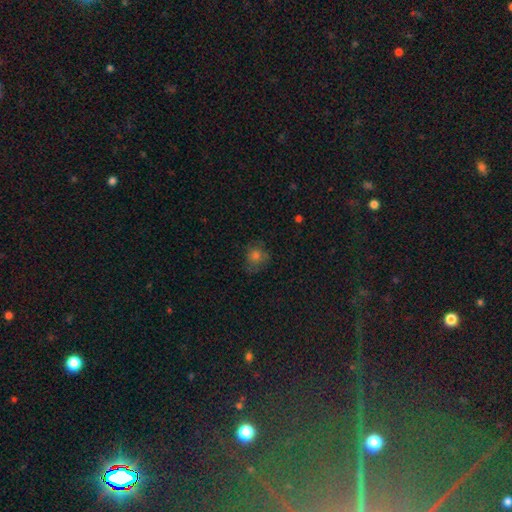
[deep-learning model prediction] smooth_or_featured: smooth (p=0.66) [alt: star or artifact p=0.19]
how_rounded: round (p=0.78) [alt: in between p=0.21]
merging: none (p=0.65) [alt: minor disturbance p=0.23]